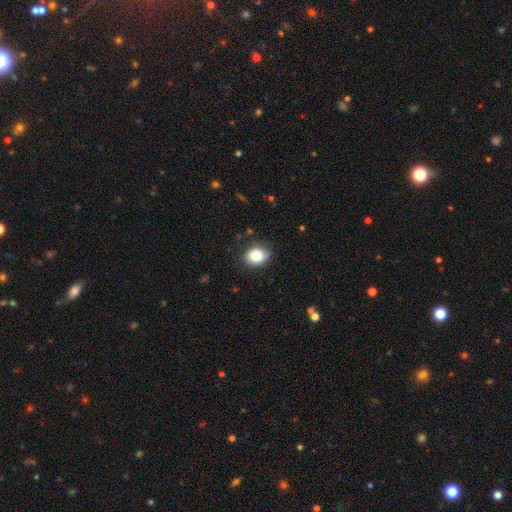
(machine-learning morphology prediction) smooth 85%, star or artifact 9%, featured or disk 7%. Down the decision tree: how rounded — in between (52%); merging — none (81%).